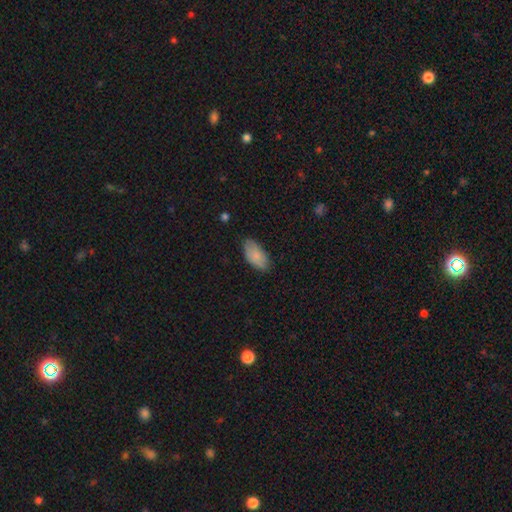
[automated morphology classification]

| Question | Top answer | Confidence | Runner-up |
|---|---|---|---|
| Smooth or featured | smooth | 84% | featured or disk (10%) |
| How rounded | in between | 93% | cigar-shaped (5%) |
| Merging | none | 77% | minor disturbance (19%) |